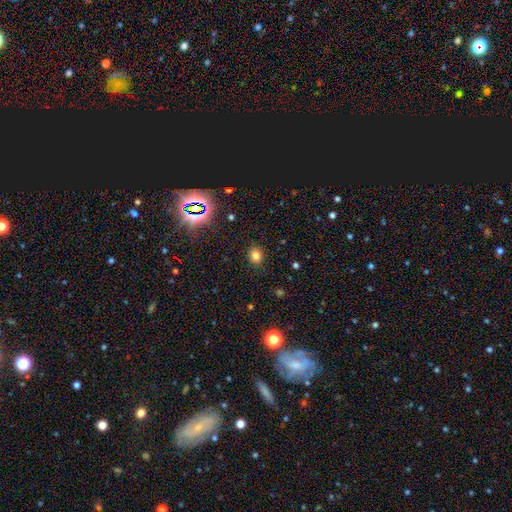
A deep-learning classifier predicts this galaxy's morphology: A smooth galaxy with no disk features (79%) that is round (62%). Merging: none (88%).